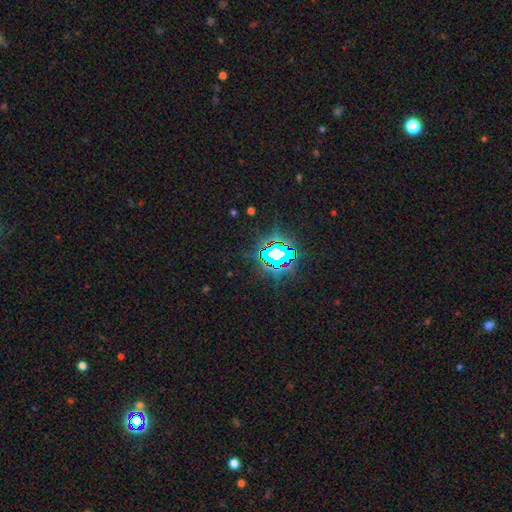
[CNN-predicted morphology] star or artifact 82%, smooth 11%, featured or disk 7%.